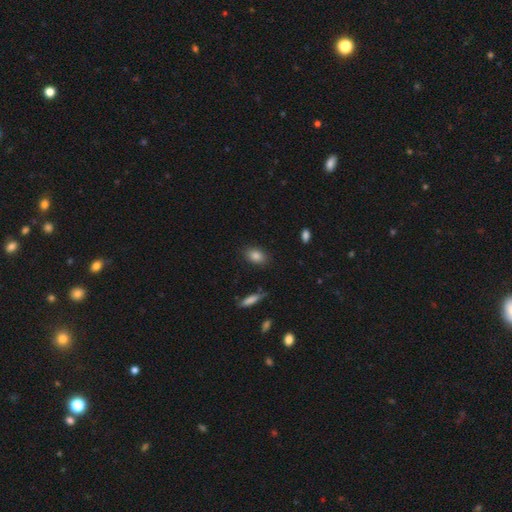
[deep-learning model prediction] This is clearly a smooth galaxy (85%). How rounded: clearly in between (82%). Merging: clearly none (86%).